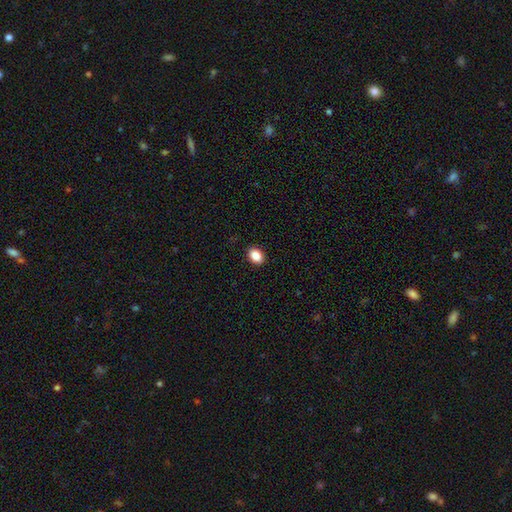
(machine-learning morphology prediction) A smooth galaxy with no disk features (87%) that is in between round and cigar-shaped (75%).

Vote fractions:
- Smooth or featured? smooth: 87% / star or artifact: 9% / featured or disk: 4%
- How rounded? in between: 75% / round: 24% / cigar-shaped: 1%
- Merging? none: 91% / minor disturbance: 7% / major disturbance: 2% / merger: 1%